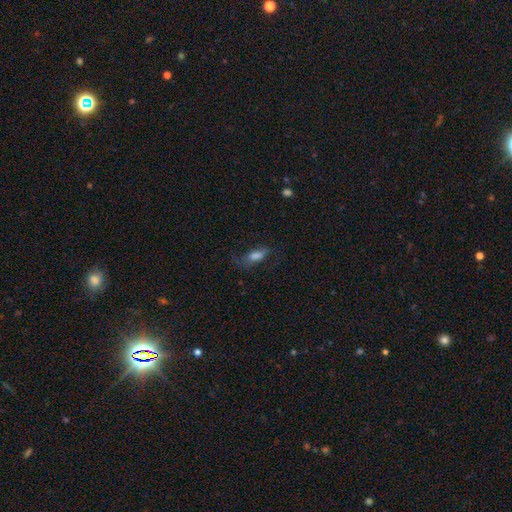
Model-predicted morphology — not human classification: type=smooth (64%); roundness=in between (67%); merging=none (53%).